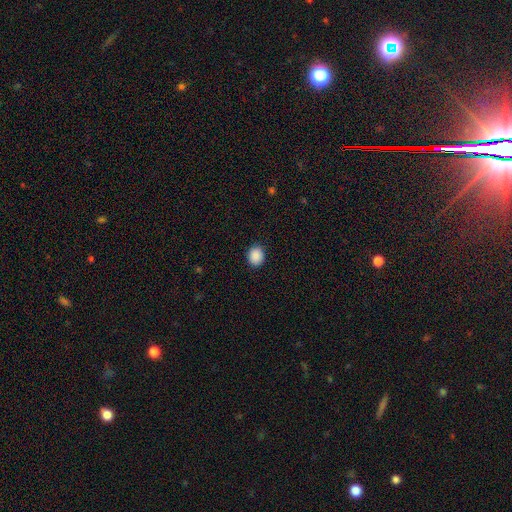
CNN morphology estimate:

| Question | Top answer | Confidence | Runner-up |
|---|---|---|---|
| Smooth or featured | smooth | 90% | star or artifact (8%) |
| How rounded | round | 62% | in between (37%) |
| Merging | none | 90% | minor disturbance (7%) |